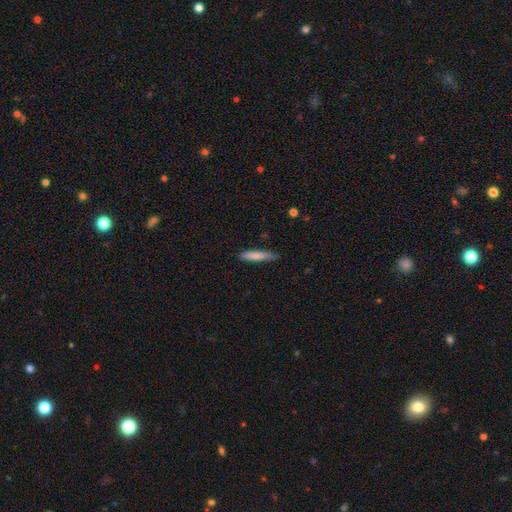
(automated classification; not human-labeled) smooth_or_featured: smooth (p=0.80) [alt: featured or disk p=0.14]
how_rounded: cigar-shaped (p=0.88) [alt: in between p=0.10]
merging: none (p=0.77) [alt: minor disturbance p=0.19]